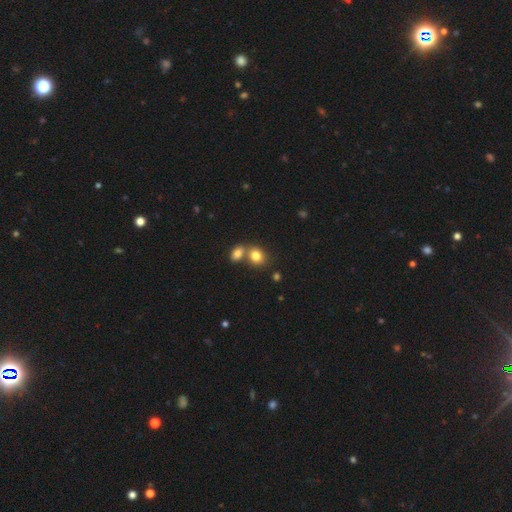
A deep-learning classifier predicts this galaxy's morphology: smooth-or-featured: smooth: 82% | star or artifact: 11% | featured or disk: 8%
  how-rounded: round: 51% | in between: 48% | cigar-shaped: 1%
  merging: none: 46% | merger: 42% | minor disturbance: 9% | major disturbance: 3%